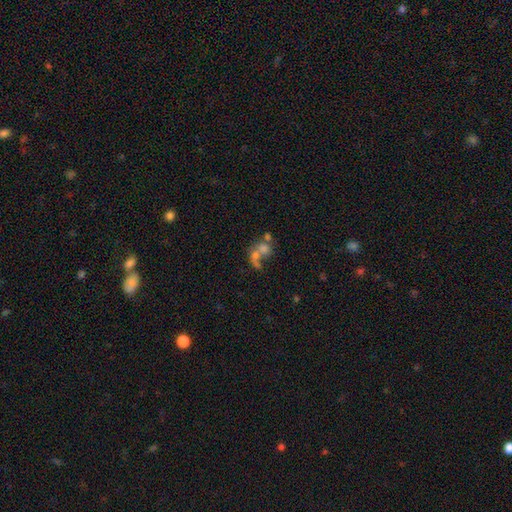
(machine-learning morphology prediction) A smooth galaxy with no disk features (52%) that is round (52%). Merging: merger (58%).